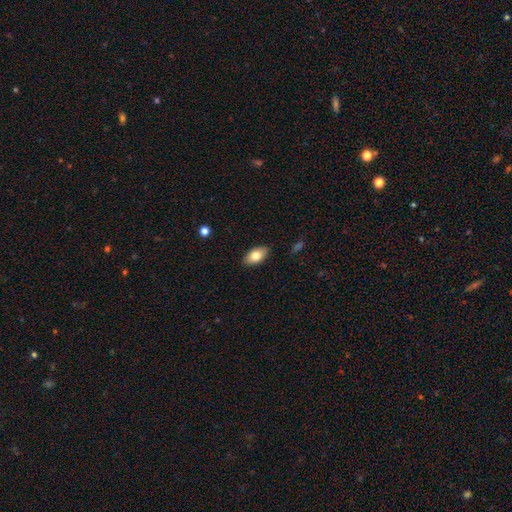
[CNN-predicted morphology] smooth_or_featured: smooth (p=0.80) [alt: featured or disk p=0.14]
how_rounded: in between (p=0.93) [alt: round p=0.04]
merging: none (p=0.88) [alt: minor disturbance p=0.09]